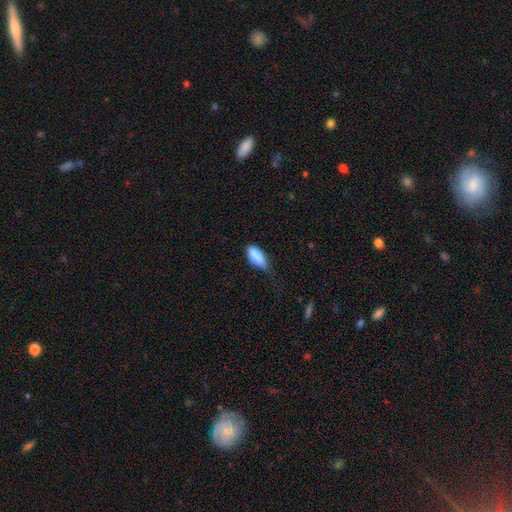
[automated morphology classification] A smooth galaxy with no disk features (87%) that is in between round and cigar-shaped (87%).

Vote fractions:
- Smooth or featured? smooth: 87% / featured or disk: 6% / star or artifact: 6%
- How rounded? in between: 87% / cigar-shaped: 11% / round: 2%
- Merging? none: 53% / minor disturbance: 38% / major disturbance: 8% / merger: 1%